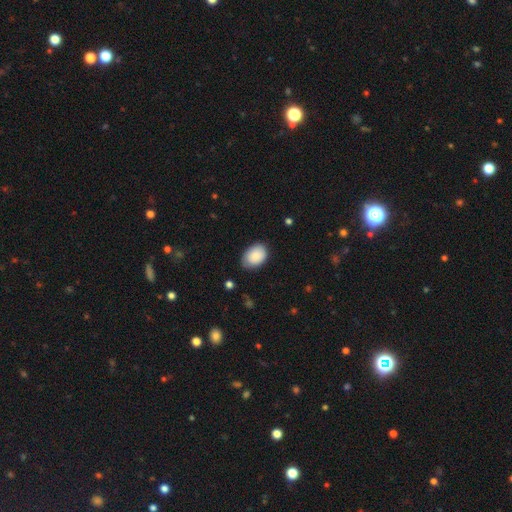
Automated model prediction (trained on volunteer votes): Smooth or featured: smooth — 87% (featured or disk — 7%)
How rounded: in between — 80% (round — 20%)
Merging: none — 74% (minor disturbance — 21%)